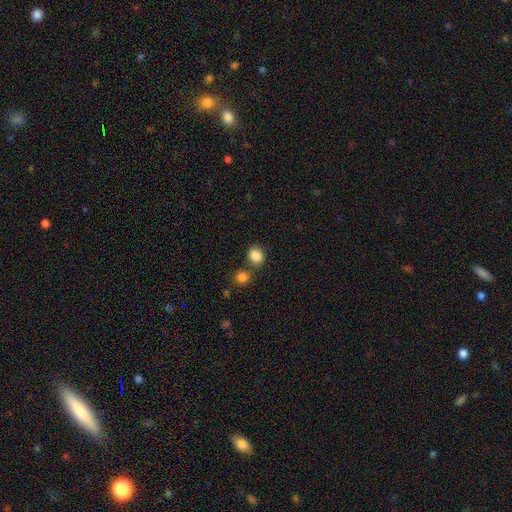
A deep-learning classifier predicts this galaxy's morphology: smooth-or-featured: smooth: 86% | star or artifact: 10% | featured or disk: 4%
  how-rounded: round: 61% | in between: 38% | cigar-shaped: 1%
  merging: none: 68% | merger: 17% | minor disturbance: 11% | major disturbance: 4%